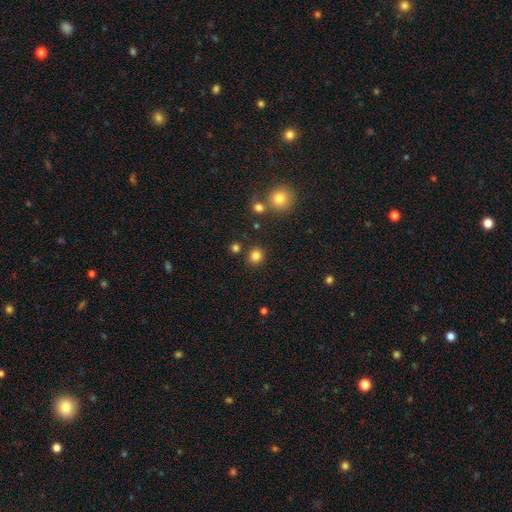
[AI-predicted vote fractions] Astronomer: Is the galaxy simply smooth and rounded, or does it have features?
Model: smooth — 82%.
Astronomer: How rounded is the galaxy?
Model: round — 89%.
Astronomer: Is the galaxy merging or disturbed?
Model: none — 86%.